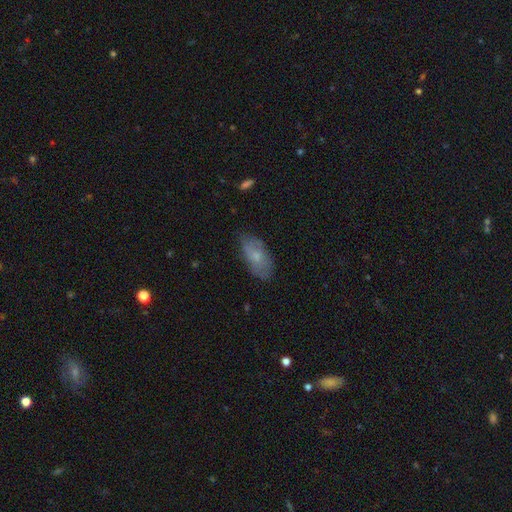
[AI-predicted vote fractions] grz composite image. It shows a smooth galaxy with no disk features (65%) that is in between round and cigar-shaped (90%). Merging: none (73%).